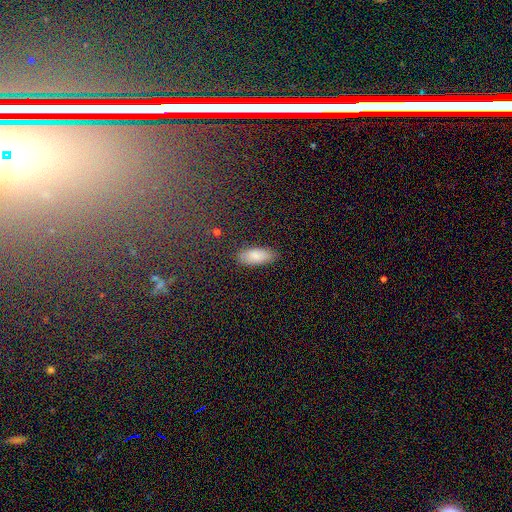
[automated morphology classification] Overall: smooth (84%). How rounded: in between (85%). Merging: none (84%).